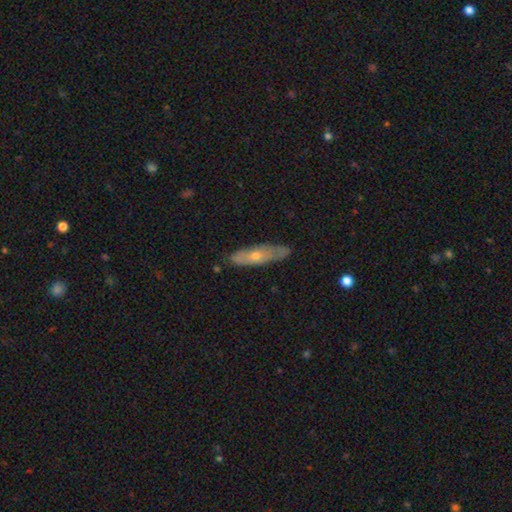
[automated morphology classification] Smooth or featured? Predicted: featured or disk (p=0.50). Edge-on disk? Predicted: yes (p=0.51). Merging? Predicted: none (p=0.80).